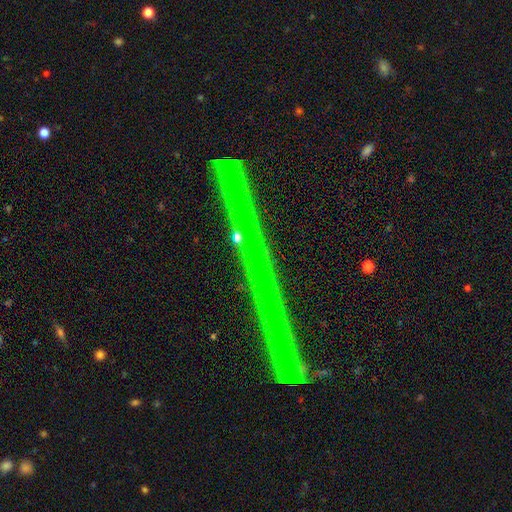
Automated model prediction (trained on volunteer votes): The model was most divided on "smooth or featured": star or artifact: 75%, featured or disk: 18%, smooth: 7%.